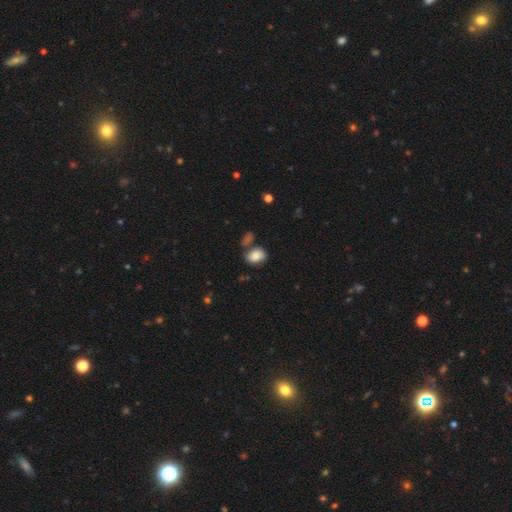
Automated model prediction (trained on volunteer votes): smooth_or_featured: smooth (p=0.81) [alt: featured or disk p=0.11]
how_rounded: in between (p=0.77) [alt: round p=0.21]
merging: none (p=0.57) [alt: merger p=0.19]